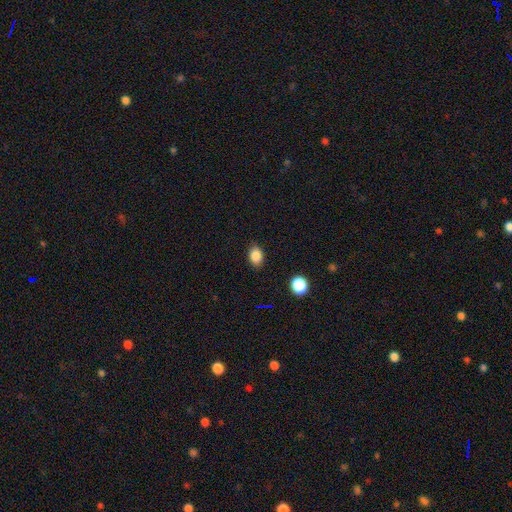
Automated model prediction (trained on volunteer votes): A smooth galaxy with no disk features (85%) that is in between round and cigar-shaped (74%). Merging: none (85%).